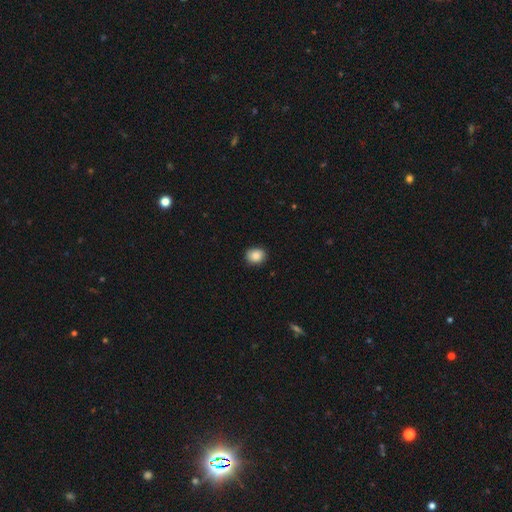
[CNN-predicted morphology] This is clearly a smooth galaxy (86%). How rounded: likely round (67%). Merging: clearly none (87%).